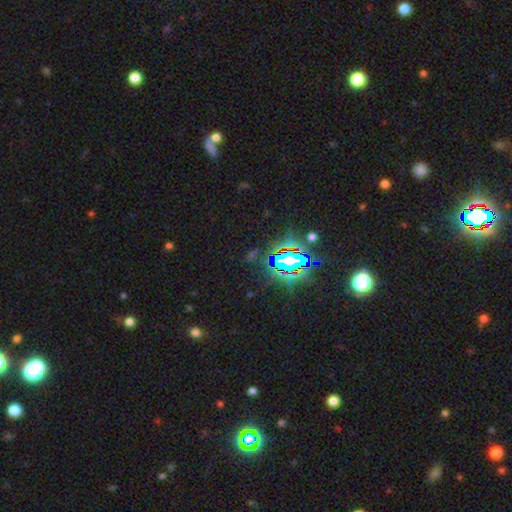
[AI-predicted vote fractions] smooth-or-featured: star or artifact: 78% | smooth: 13% | featured or disk: 9%